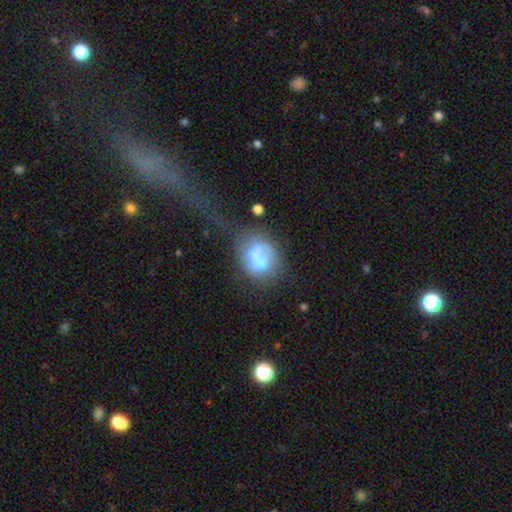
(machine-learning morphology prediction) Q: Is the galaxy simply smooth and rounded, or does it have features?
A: featured or disk — 46%.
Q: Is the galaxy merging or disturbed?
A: merger — 42%.